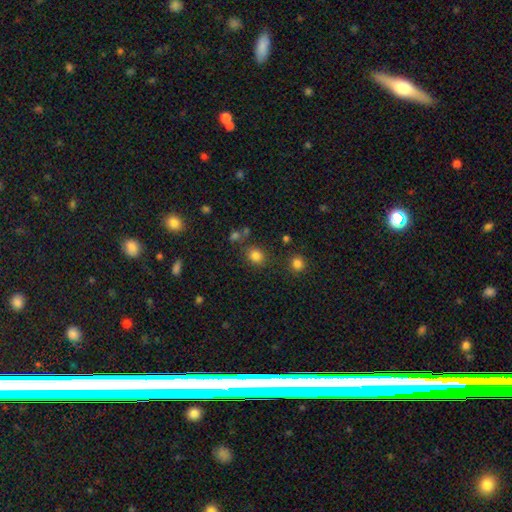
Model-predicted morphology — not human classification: Smooth or featured? smooth (81%)
How rounded? round (65%)
Merging? none (78%)